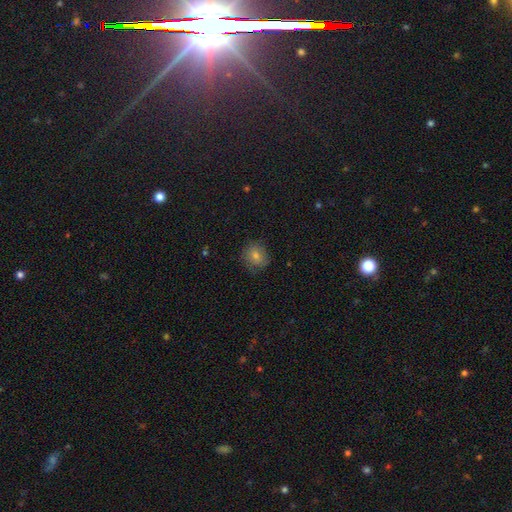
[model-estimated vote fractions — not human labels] This is likely a smooth galaxy (64%). How rounded: clearly round (80%). Merging: clearly none (80%).